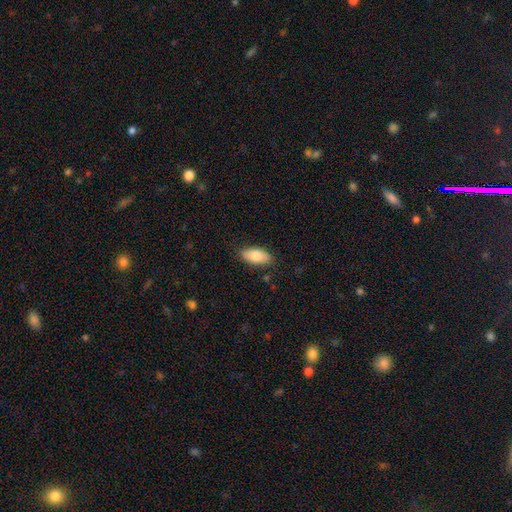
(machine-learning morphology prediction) Overall: smooth (80%). How rounded: in between (90%). Merging: none (84%).